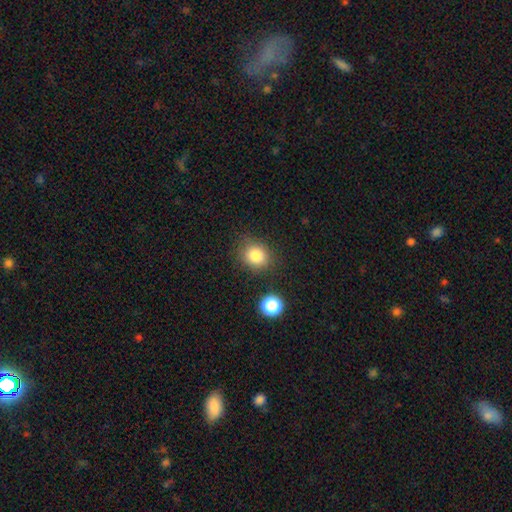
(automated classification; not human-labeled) Q: Smooth or featured?
A: smooth (82%); runner-up: star or artifact (11%)
Q: How rounded?
A: round (71%); runner-up: in between (29%)
Q: Merging?
A: none (79%); runner-up: minor disturbance (13%)